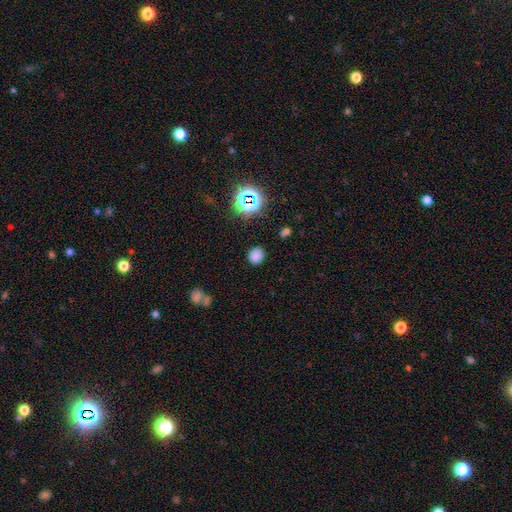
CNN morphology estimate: This appears to be a smooth galaxy with no disk features (75%) that is round (80%). Merging: none (86%).